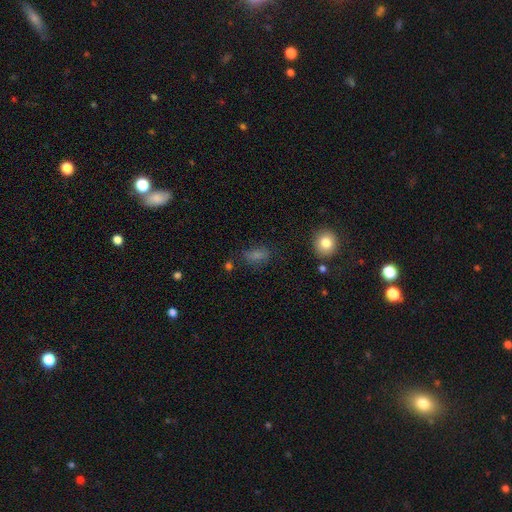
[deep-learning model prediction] This appears to be a smooth galaxy with no disk features (61%) that is in between round and cigar-shaped (78%). Merging: none (72%).